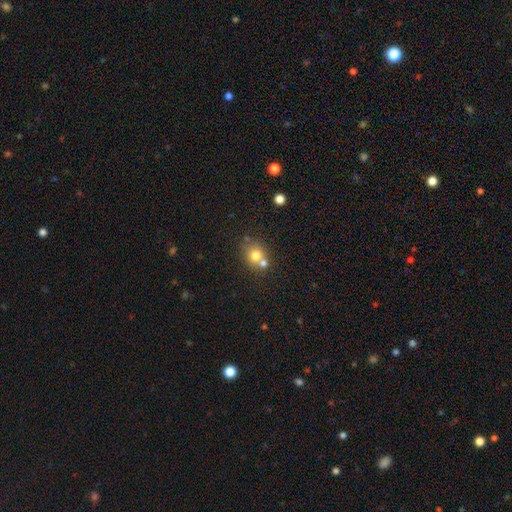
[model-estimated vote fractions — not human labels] smooth 73%, featured or disk 14%, star or artifact 13%. Down the decision tree: how rounded — round (80%); merging — none (50%).